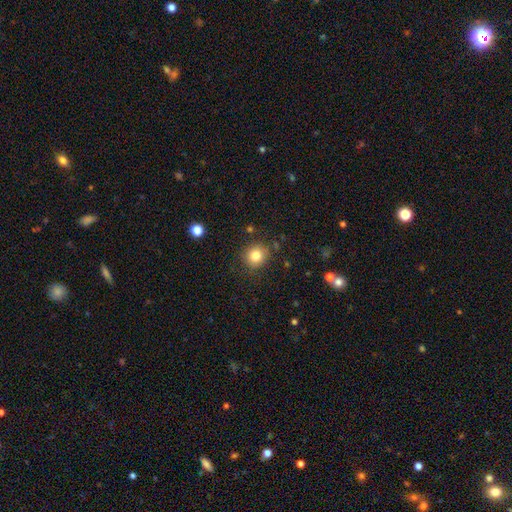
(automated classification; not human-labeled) Smooth or featured? smooth (82%)
How rounded? round (88%)
Merging? none (86%)